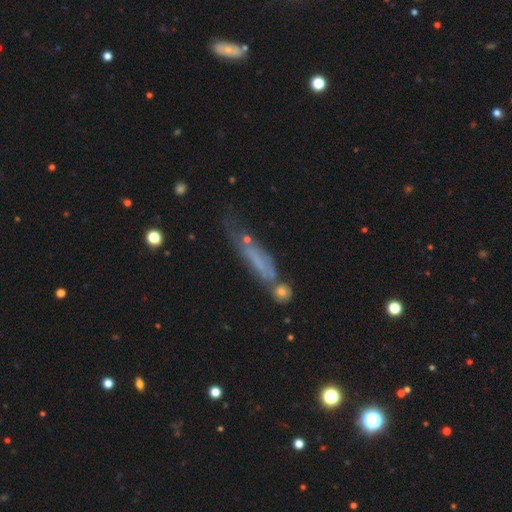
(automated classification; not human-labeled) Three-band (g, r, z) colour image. It shows a smooth galaxy with no disk features (42%). Merging: none (42%).